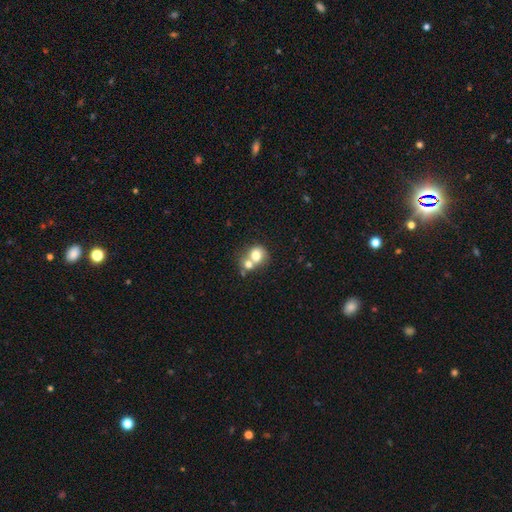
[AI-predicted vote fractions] smooth_or_featured: smooth (p=0.72) [alt: featured or disk p=0.18]
how_rounded: round (p=0.71) [alt: in between p=0.28]
merging: merger (p=0.57) [alt: none p=0.31]